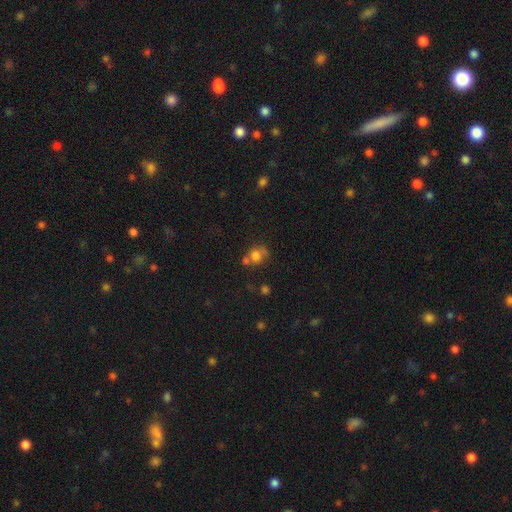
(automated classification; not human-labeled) A smooth galaxy with no disk features (72%) that is round (68%). Merging: none (43%).